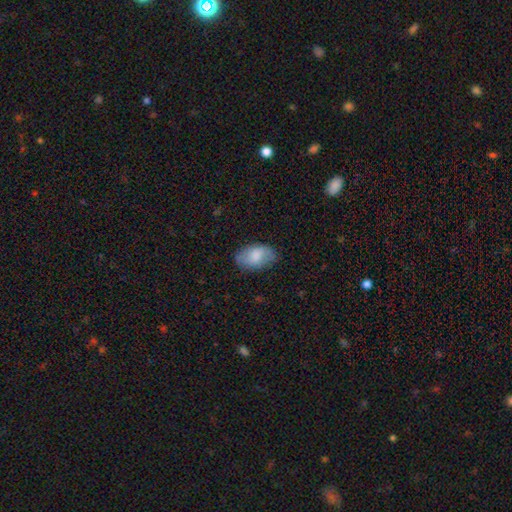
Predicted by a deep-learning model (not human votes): The model was most divided on "smooth or featured": smooth: 74%, featured or disk: 20%, star or artifact: 7%. More confident: how rounded — in between (93%); merging — none (77%).